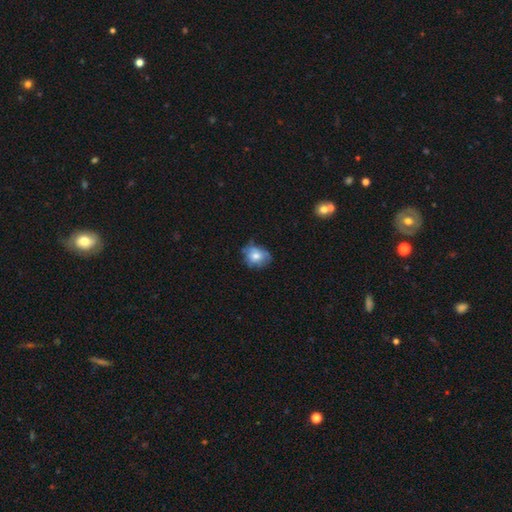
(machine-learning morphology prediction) Smooth or featured?
  - smooth: 65% *
  - featured or disk: 25%
  - star or artifact: 9%
How rounded?
  - in between: 51% *
  - round: 48%
  - cigar-shaped: 1%
Merging?
  - none: 52% *
  - minor disturbance: 33%
  - major disturbance: 12%
  - merger: 2%